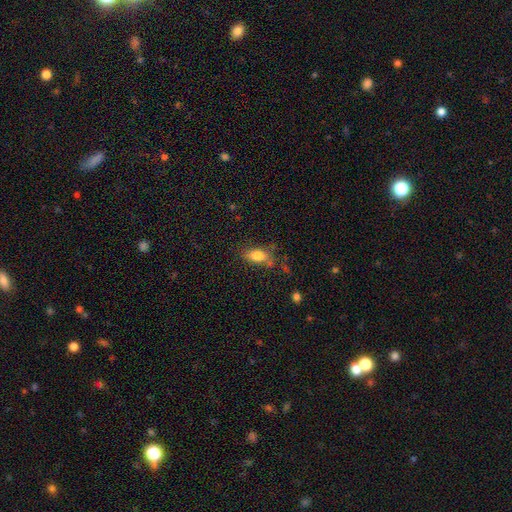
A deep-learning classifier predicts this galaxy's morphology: A smooth galaxy with no disk features (80%) that is in between round and cigar-shaped (84%).

Vote fractions:
- Smooth or featured? smooth: 80% / featured or disk: 11% / star or artifact: 10%
- How rounded? in between: 84% / cigar-shaped: 10% / round: 6%
- Merging? none: 68% / minor disturbance: 21% / major disturbance: 6% / merger: 5%